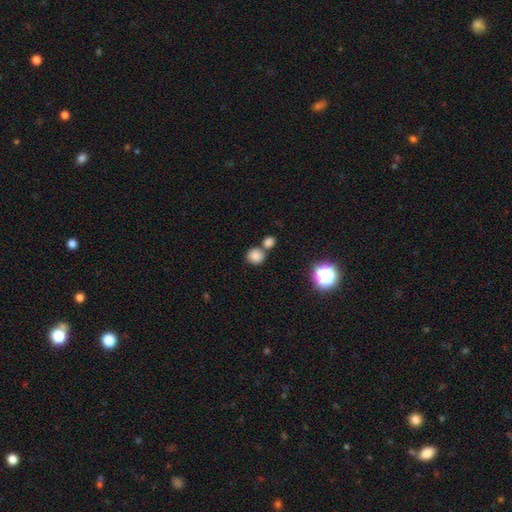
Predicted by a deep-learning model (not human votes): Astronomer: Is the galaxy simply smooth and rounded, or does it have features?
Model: smooth — 82%.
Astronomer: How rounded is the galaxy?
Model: round — 86%.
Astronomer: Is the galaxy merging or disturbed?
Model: none — 58%.